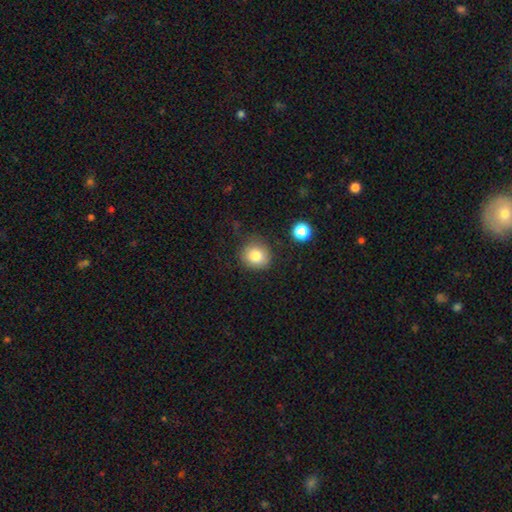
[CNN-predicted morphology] A smooth galaxy with no disk features (81%) that is round (86%). Merging: none (80%).